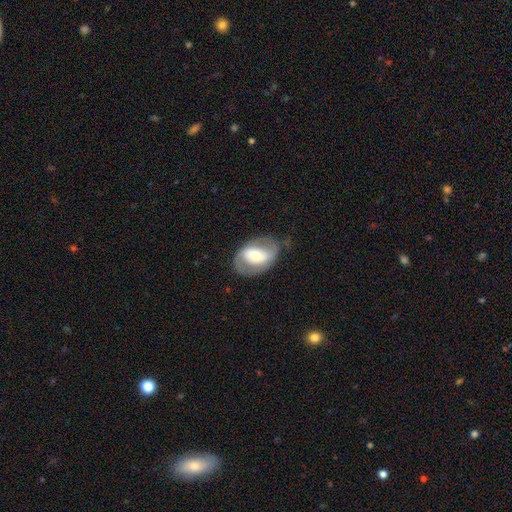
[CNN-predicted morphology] A featured or disk galaxy (58%) with no bar (41%), spiral arms (58%) and a moderate central bulge (57%).

Vote fractions:
- Smooth or featured? featured or disk: 58% / smooth: 36% / star or artifact: 6%
- Edge-on disk? no: 95% / yes: 5%
- Bar? no: 41% / weak: 32% / strong: 28%
- Spiral arms? yes: 58% / no: 42%
- Bulge size? moderate: 57% / small: 22% / large: 17% / dominant: 2% / none: 1%
- Merging? none: 69% / minor disturbance: 19% / major disturbance: 11% / merger: 1%